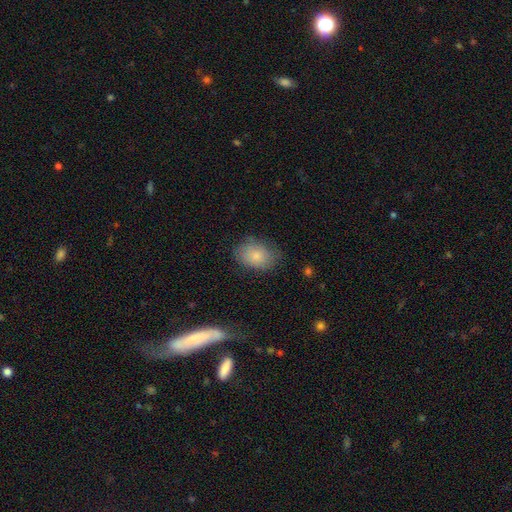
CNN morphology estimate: smooth 78%, featured or disk 14%, star or artifact 8%. Down the decision tree: how rounded — in between (76%); merging — none (72%).